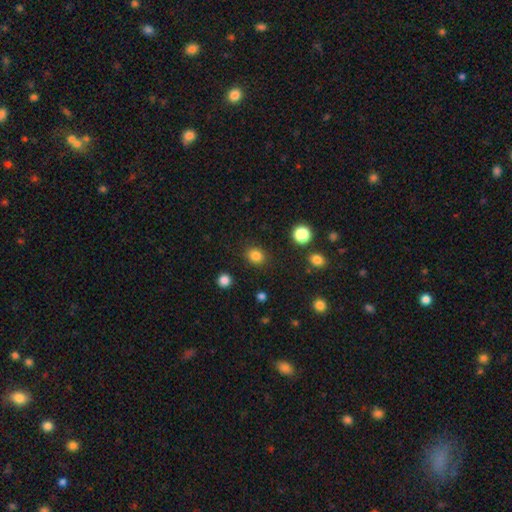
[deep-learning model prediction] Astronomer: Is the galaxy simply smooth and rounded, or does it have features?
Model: smooth — 83%.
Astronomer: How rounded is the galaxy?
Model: round — 70%.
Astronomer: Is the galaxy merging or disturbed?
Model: none — 88%.